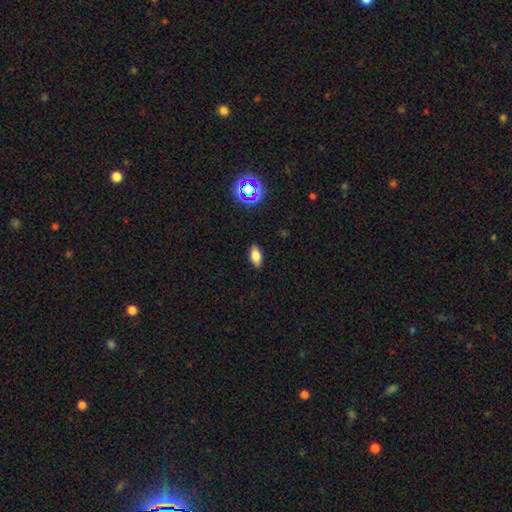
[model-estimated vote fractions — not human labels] A smooth galaxy with no disk features (78%) that is in between round and cigar-shaped (89%). Merging: none (87%).